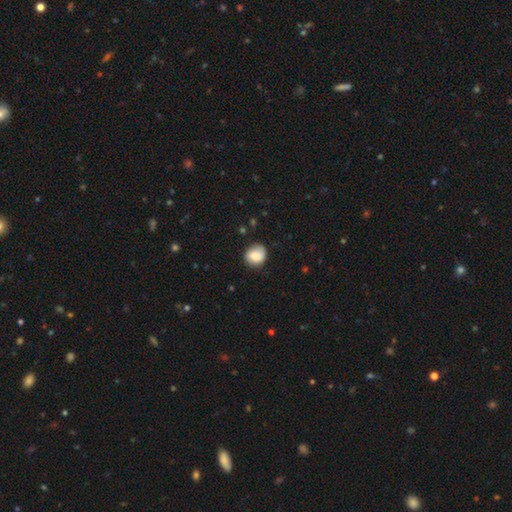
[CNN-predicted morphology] Overall: smooth (82%). How rounded: round (75%). Merging: none (78%).